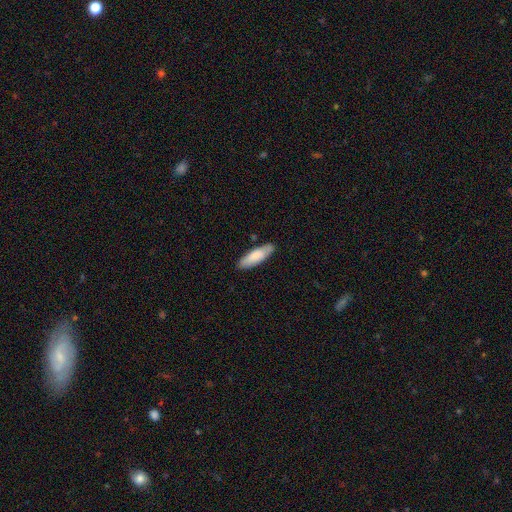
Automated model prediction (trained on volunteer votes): Morphology: type=smooth (82%); roundness=in between (51%); merging=none (84%).